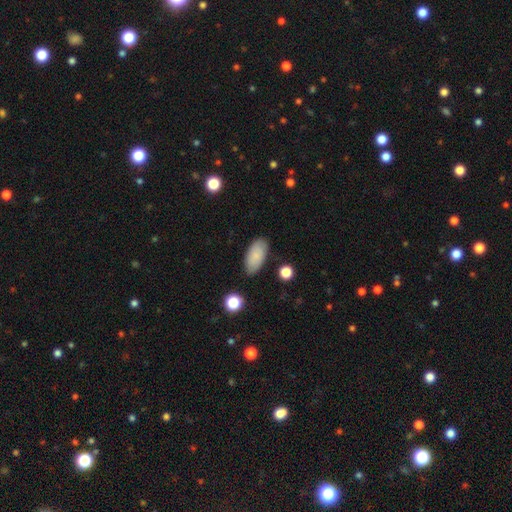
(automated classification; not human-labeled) This appears to be a smooth galaxy with no disk features (84%) that is in between round and cigar-shaped (92%). Merging: none (83%).